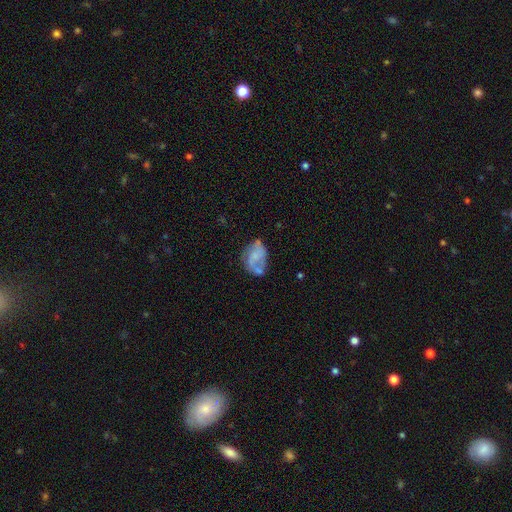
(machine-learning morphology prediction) type=featured or disk (55%); edge-on=no (98%); bar=no (72%); spiral arms=yes (54%); bulge=none (41%); merging=none (38%).